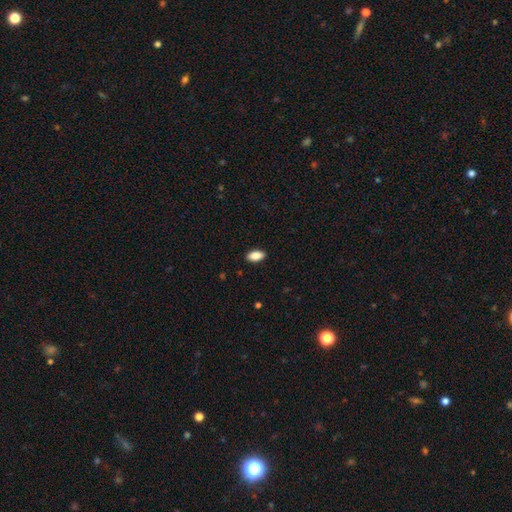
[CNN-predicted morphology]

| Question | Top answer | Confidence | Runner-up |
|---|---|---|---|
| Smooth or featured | smooth | 88% | star or artifact (7%) |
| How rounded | in between | 91% | cigar-shaped (7%) |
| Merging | none | 90% | minor disturbance (8%) |